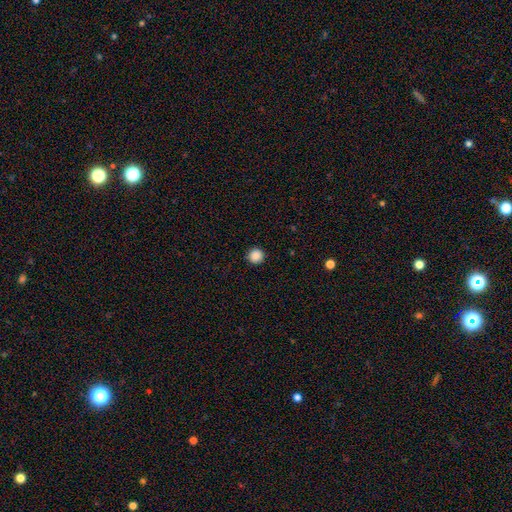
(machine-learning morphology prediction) The model was most divided on "smooth or featured": smooth: 87%, star or artifact: 10%, featured or disk: 3%. More confident: how rounded — round (96%); merging — none (93%).